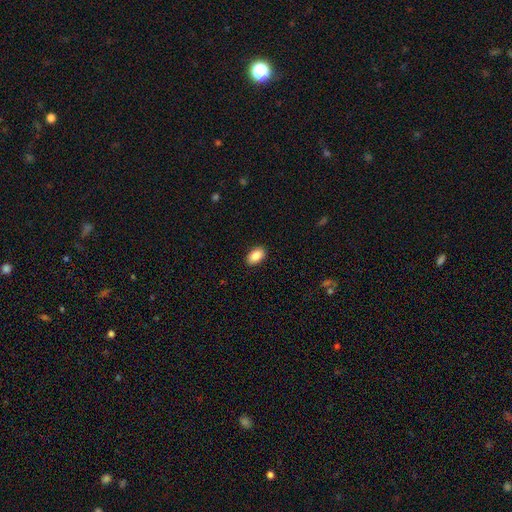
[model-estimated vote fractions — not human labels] The model was most divided on "smooth or featured": smooth: 88%, star or artifact: 7%, featured or disk: 5%. More confident: how rounded — in between (92%); merging — none (90%).